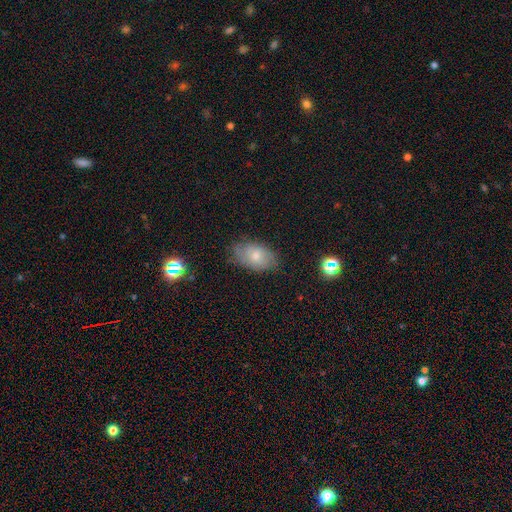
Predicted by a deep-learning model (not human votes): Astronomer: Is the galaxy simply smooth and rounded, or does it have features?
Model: smooth — 64%.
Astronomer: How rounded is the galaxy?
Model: in between — 92%.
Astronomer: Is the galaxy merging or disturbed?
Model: none — 74%.